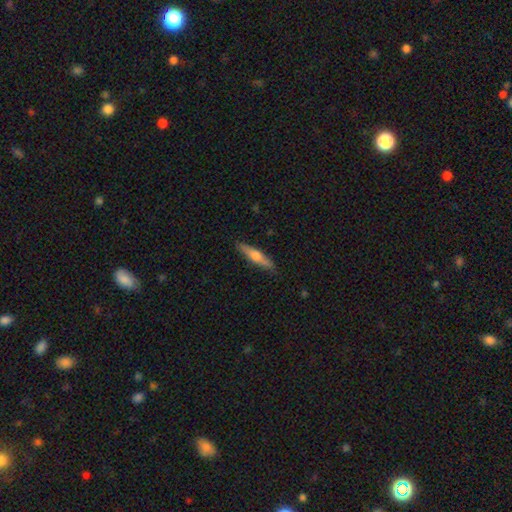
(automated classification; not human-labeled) This is possibly a featured or disk galaxy (50%). Merging: clearly none (87%).